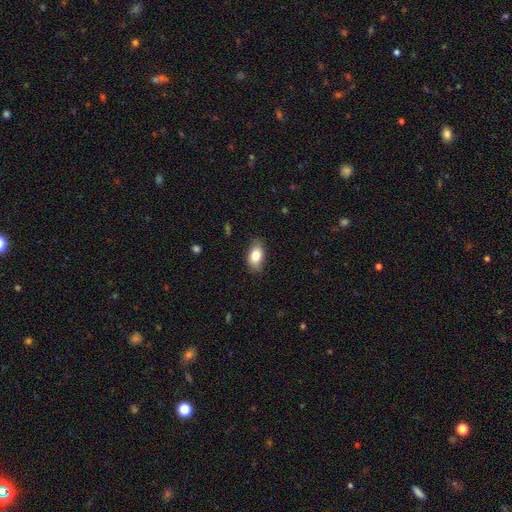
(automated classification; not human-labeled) The model was most divided on "merging": none: 82%, minor disturbance: 14%, major disturbance: 3%, merger: 1%. More confident: how rounded — in between (90%); smooth or featured — smooth (82%).